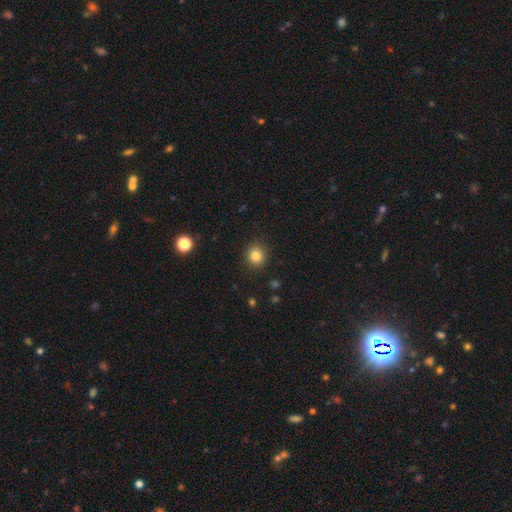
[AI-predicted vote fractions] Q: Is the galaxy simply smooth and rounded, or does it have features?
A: smooth — 84%.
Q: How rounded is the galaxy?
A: round — 88%.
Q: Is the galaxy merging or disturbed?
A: none — 91%.